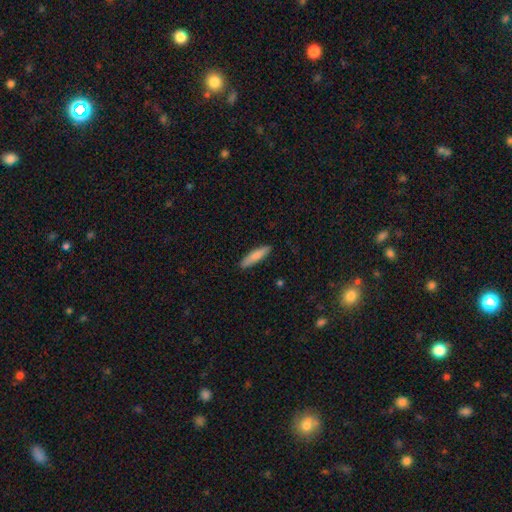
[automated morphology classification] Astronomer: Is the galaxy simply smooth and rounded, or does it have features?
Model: smooth — 83%.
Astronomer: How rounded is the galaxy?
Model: cigar-shaped — 77%.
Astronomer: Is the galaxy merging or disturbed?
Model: none — 89%.